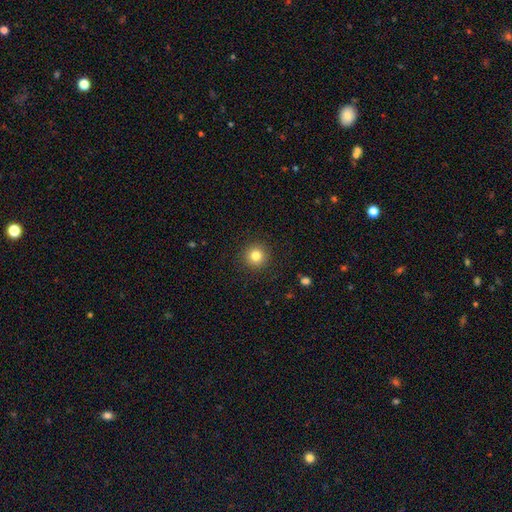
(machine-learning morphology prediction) Overall: smooth (82%). How rounded: round (95%). Merging: none (92%).